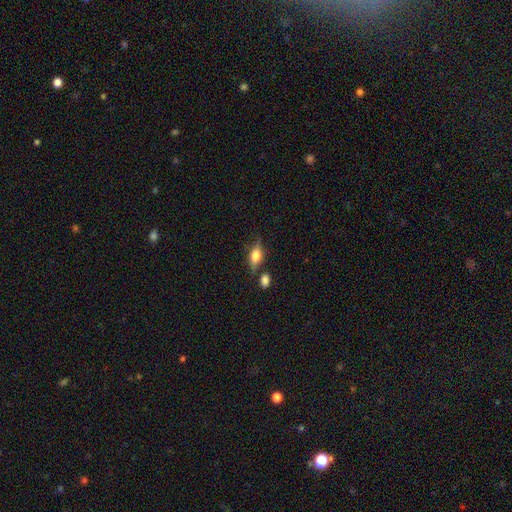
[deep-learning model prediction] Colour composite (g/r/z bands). It shows a smooth galaxy with no disk features (49%). Merging: none (69%).